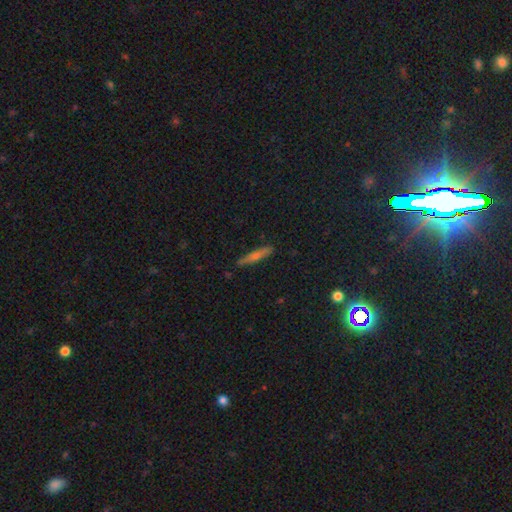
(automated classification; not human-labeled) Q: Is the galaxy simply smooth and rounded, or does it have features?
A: smooth — 47%.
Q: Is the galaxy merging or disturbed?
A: none — 86%.